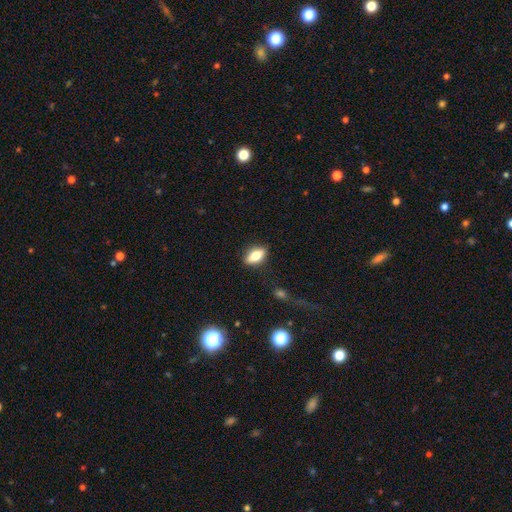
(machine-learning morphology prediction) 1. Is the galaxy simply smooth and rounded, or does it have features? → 69% smooth, 24% featured or disk, 8% star or artifact.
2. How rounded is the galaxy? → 81% in between, 13% cigar-shaped, 6% round.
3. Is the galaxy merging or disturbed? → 83% none, 12% minor disturbance, 3% major disturbance, 2% merger.